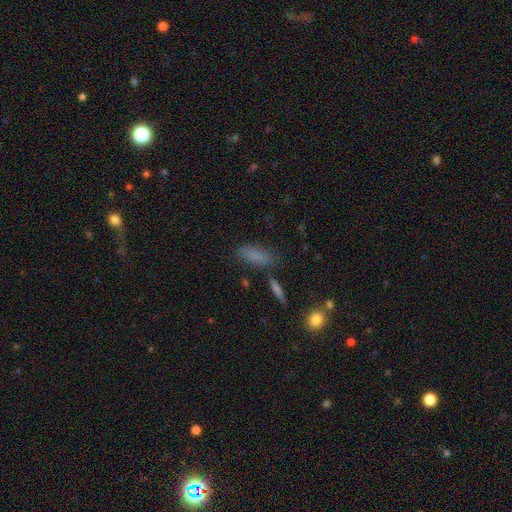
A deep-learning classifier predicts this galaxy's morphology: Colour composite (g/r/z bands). It shows a smooth galaxy with no disk features (78%) that is in between round and cigar-shaped (68%). Merging: none (69%).